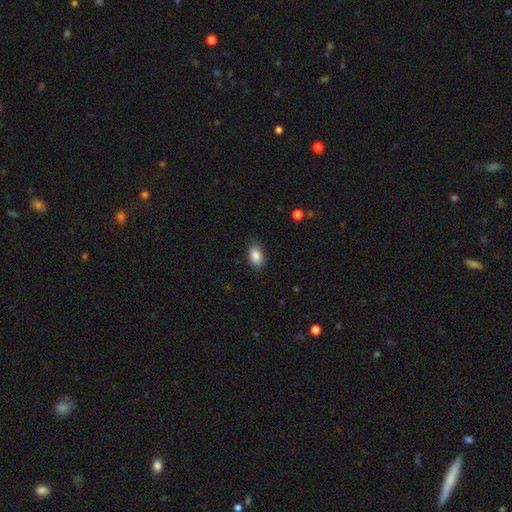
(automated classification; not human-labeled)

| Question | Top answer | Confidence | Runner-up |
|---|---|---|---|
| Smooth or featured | smooth | 87% | star or artifact (8%) |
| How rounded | in between | 87% | round (12%) |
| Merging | none | 81% | minor disturbance (15%) |